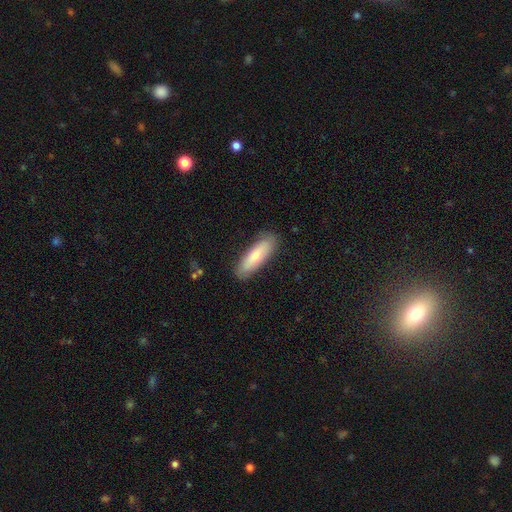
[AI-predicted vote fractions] The model was most divided on "how rounded": cigar-shaped: 50%, in between: 48%, round: 2%. More confident: merging — none (85%); smooth or featured — smooth (68%).